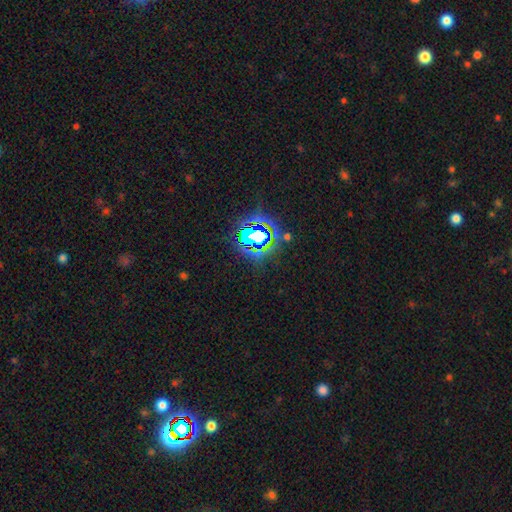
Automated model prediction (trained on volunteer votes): Q: Smooth or featured?
A: star or artifact (83%); runner-up: smooth (10%)